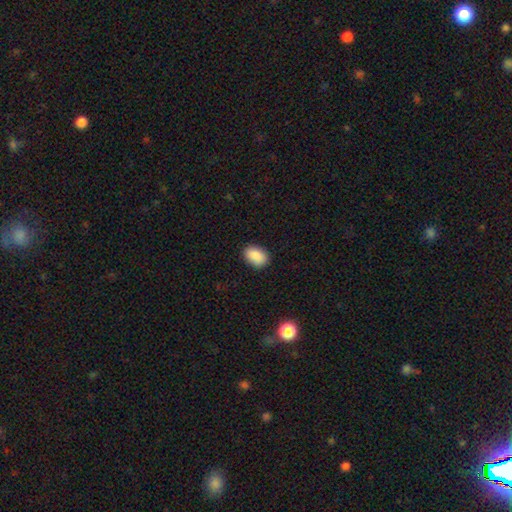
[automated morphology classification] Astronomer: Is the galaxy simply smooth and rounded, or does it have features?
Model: smooth — 88%.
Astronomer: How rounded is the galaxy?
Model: in between — 83%.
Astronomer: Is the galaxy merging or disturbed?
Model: none — 86%.